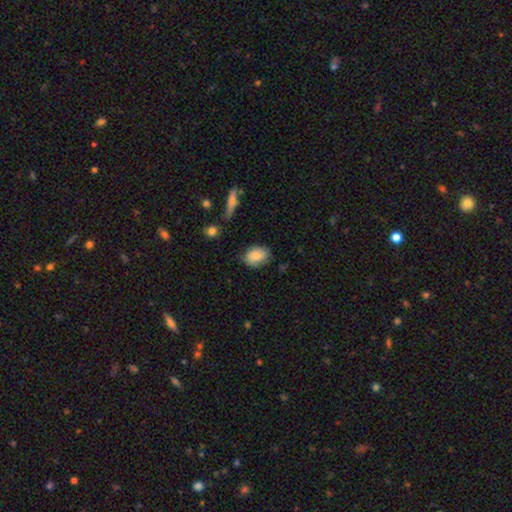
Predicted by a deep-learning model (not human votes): A smooth galaxy with no disk features (78%) that is in between round and cigar-shaped (75%). Merging: none (71%).